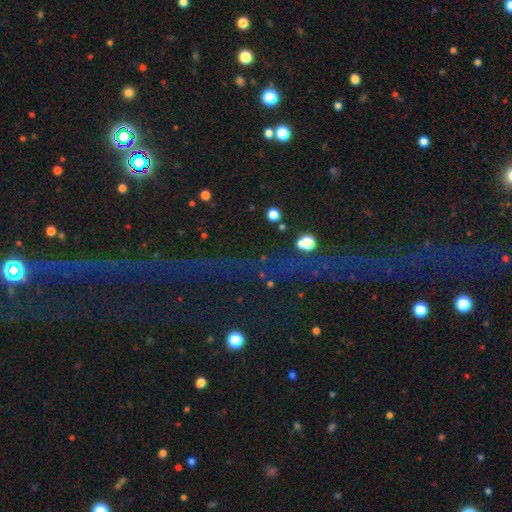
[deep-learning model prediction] The model was most divided on "smooth or featured": star or artifact: 77%, featured or disk: 12%, smooth: 11%.